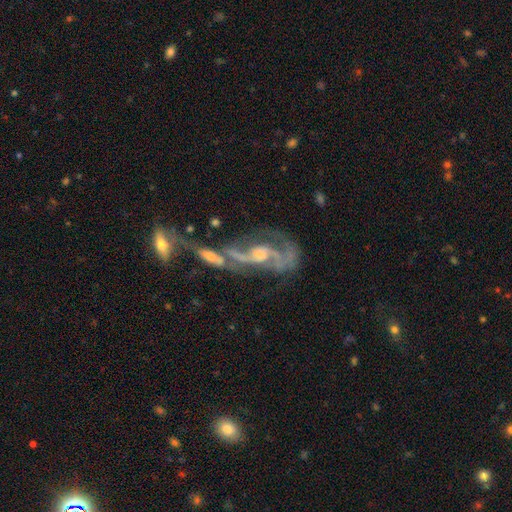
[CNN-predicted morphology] A featured or disk galaxy (75%) with no bar (55%), spiral arms (71%) and a moderate central bulge (55%).

Vote fractions:
- Smooth or featured? featured or disk: 75% / smooth: 14% / star or artifact: 11%
- Edge-on disk? no: 86% / yes: 14%
- Bar? no: 55% / weak: 31% / strong: 14%
- Spiral arms? yes: 71% / no: 29%
- Bulge size? moderate: 55% / small: 34% / large: 5% / none: 5% / dominant: 2%
- Merging? merger: 46% / none: 22% / major disturbance: 20% / minor disturbance: 12%